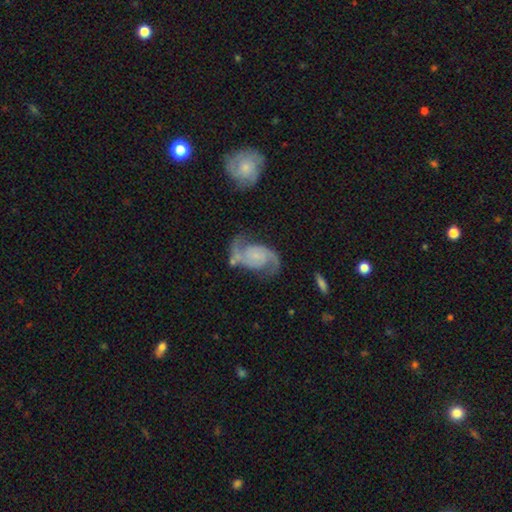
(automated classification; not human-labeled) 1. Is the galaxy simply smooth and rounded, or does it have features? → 90% featured or disk, 5% smooth, 5% star or artifact.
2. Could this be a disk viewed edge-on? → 98% no, 2% yes.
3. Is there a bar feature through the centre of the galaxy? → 60% no, 31% weak, 9% strong.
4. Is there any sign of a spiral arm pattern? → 98% yes, 2% no.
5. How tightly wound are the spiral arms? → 55% medium, 28% loose, 17% tight.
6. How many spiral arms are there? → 94% 2, 2% can't tell, 1% 1, 1% 3, 1% 4, 1% more than 4.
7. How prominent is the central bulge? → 44% small, 37% none, 13% moderate, 3% large, 2% dominant.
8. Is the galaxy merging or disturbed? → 69% none, 18% minor disturbance, 8% major disturbance, 5% merger.